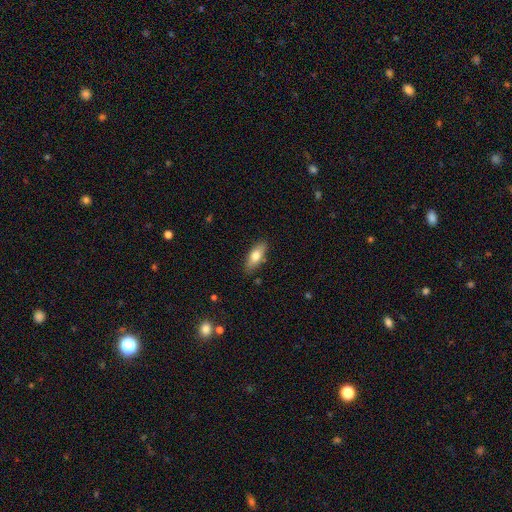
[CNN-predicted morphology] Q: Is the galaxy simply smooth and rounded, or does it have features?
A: smooth — 75%.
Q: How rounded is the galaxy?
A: in between — 75%.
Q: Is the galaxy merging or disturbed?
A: none — 84%.